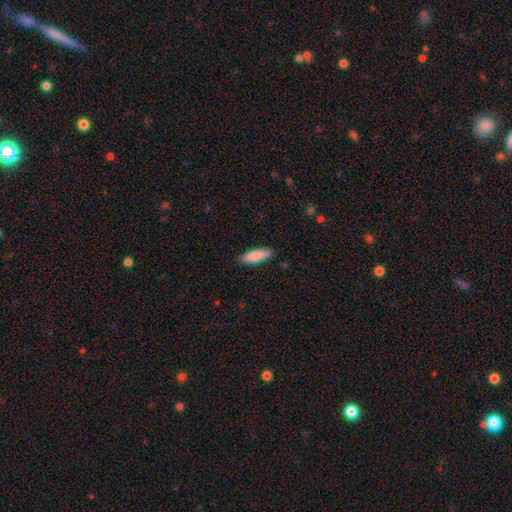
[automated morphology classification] A smooth galaxy with no disk features (88%) that is in between round and cigar-shaped (54%).

Vote fractions:
- Smooth or featured? smooth: 88% / featured or disk: 6% / star or artifact: 6%
- How rounded? in between: 54% / cigar-shaped: 44% / round: 2%
- Merging? none: 89% / minor disturbance: 9% / major disturbance: 2% / merger: 1%